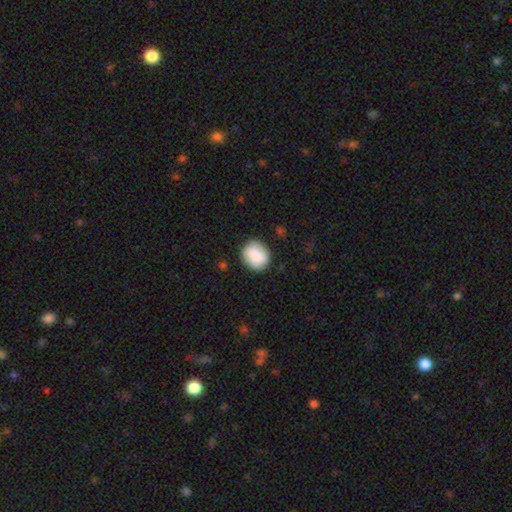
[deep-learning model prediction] This appears to be a smooth galaxy with no disk features (81%) that is round (68%). Merging: none (80%).